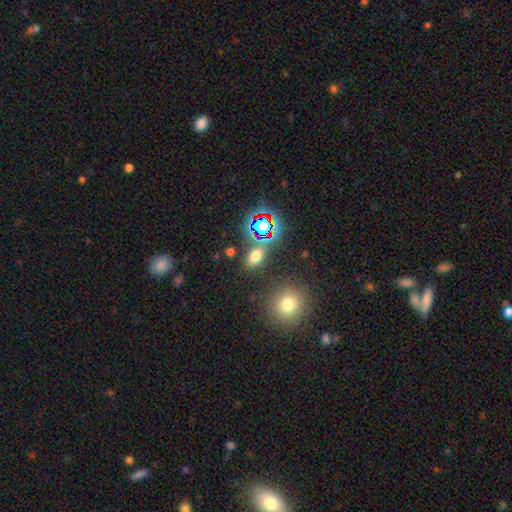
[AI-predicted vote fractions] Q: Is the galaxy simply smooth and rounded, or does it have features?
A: smooth — 63%.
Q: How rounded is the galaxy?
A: in between — 79%.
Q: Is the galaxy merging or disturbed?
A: none — 77%.